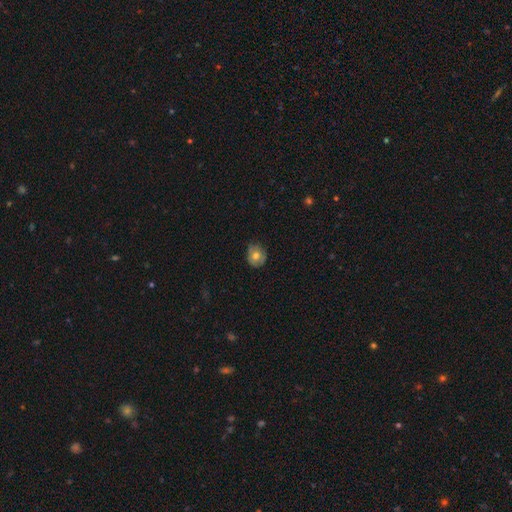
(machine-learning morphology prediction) Smooth or featured?
  - smooth: 69% *
  - featured or disk: 22%
  - star or artifact: 9%
How rounded?
  - round: 69% *
  - in between: 30%
  - cigar-shaped: 1%
Merging?
  - none: 68% *
  - minor disturbance: 26%
  - major disturbance: 5%
  - merger: 1%